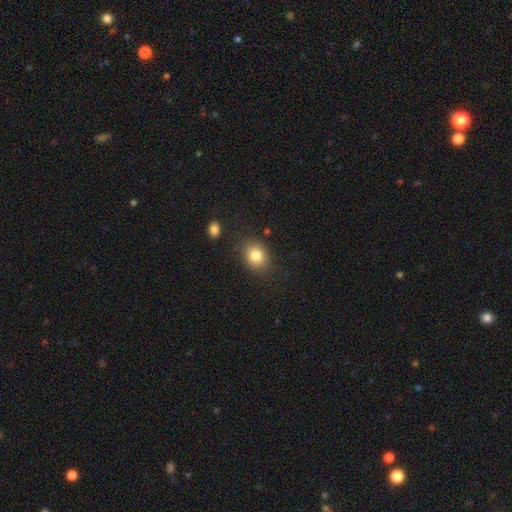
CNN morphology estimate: type=smooth (82%); roundness=round (52%); merging=none (83%).